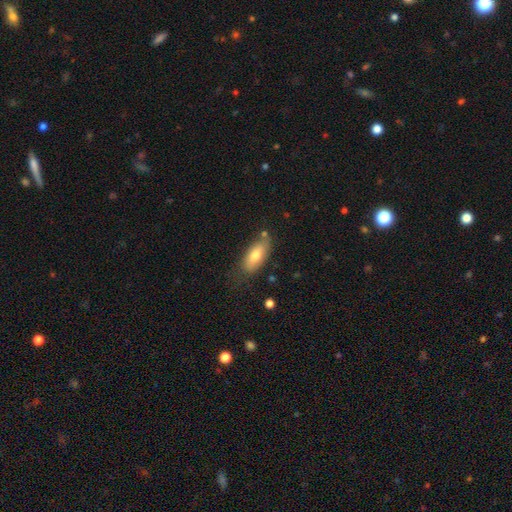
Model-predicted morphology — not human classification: Smooth or featured: smooth — 73% (featured or disk — 20%)
How rounded: in between — 82% (cigar-shaped — 15%)
Merging: none — 71% (minor disturbance — 19%)